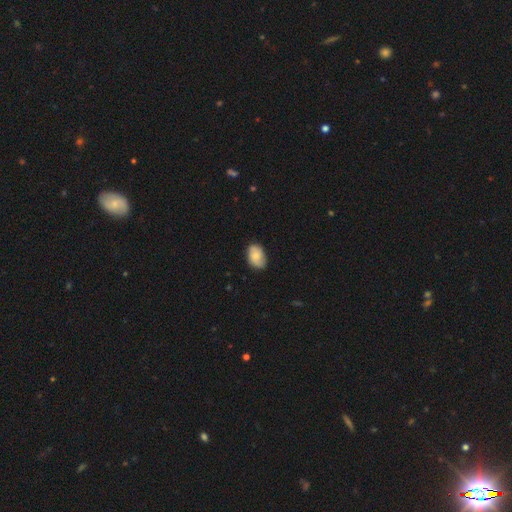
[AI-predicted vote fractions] Morphology: type=smooth (76%); roundness=in between (87%); merging=none (77%).